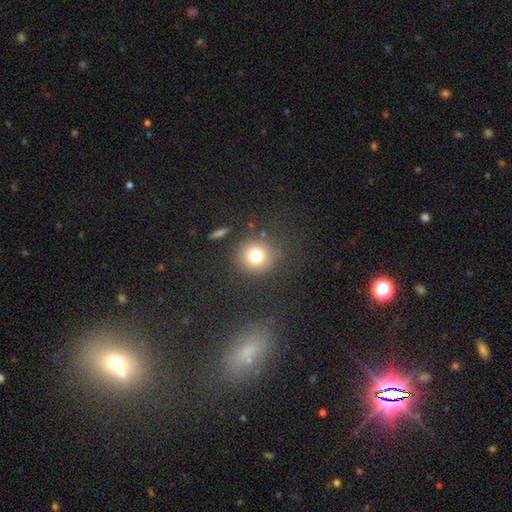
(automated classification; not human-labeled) This appears to be a smooth galaxy with no disk features (77%) that is round (90%). Merging: none (83%).